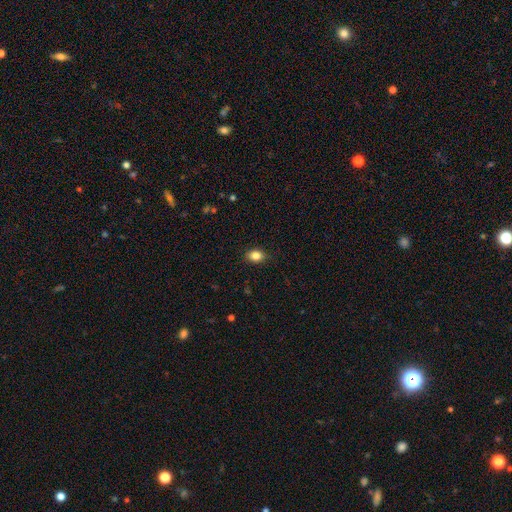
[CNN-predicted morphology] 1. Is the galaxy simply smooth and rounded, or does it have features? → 84% smooth, 10% star or artifact, 6% featured or disk.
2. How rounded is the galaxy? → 62% in between, 37% round, 1% cigar-shaped.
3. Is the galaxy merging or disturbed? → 84% none, 13% minor disturbance, 3% major disturbance, 1% merger.